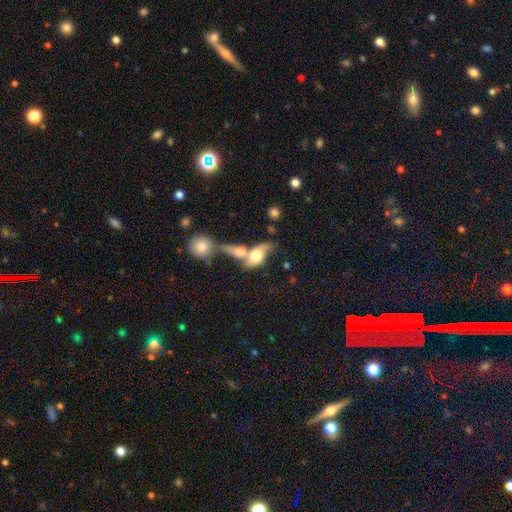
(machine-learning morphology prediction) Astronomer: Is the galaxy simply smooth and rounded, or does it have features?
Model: smooth — 59%.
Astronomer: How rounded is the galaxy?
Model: in between — 76%.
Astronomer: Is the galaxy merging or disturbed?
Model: merger — 65%.